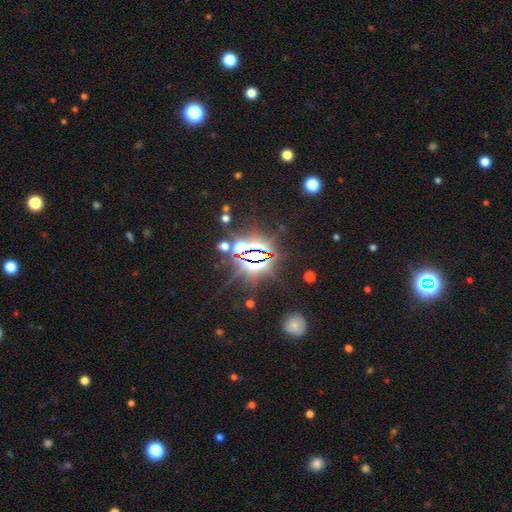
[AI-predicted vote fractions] Smooth or featured?
  - star or artifact: 84% *
  - smooth: 9%
  - featured or disk: 7%